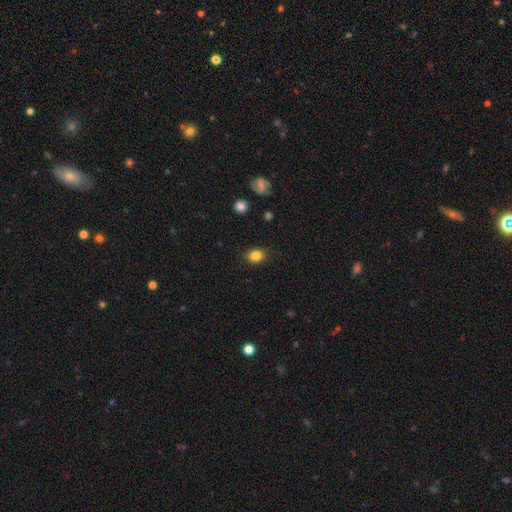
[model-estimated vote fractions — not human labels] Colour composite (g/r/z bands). It shows a smooth galaxy with no disk features (84%) that is in between round and cigar-shaped (51%). Merging: none (86%).